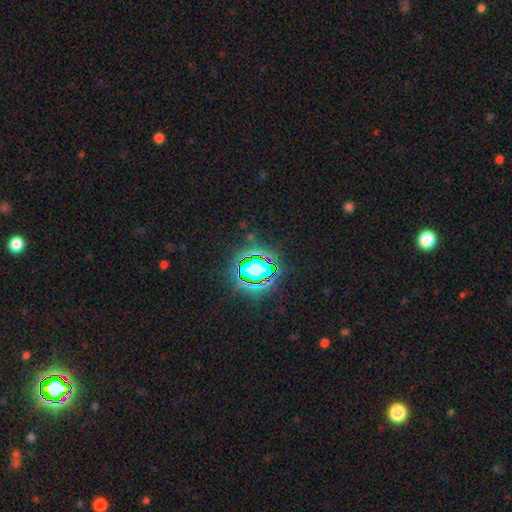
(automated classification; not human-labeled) This appears to be a star or artifact, not a galaxy (79%).